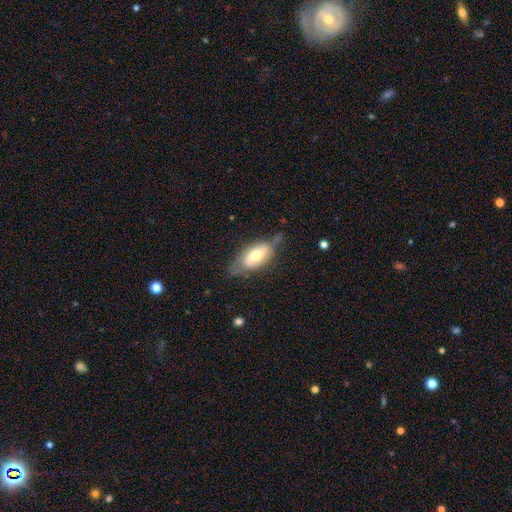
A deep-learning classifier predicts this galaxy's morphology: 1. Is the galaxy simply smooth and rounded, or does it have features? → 53% smooth, 40% featured or disk, 6% star or artifact.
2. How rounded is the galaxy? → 87% in between, 10% cigar-shaped, 3% round.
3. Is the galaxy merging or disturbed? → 48% none, 35% minor disturbance, 13% major disturbance, 3% merger.